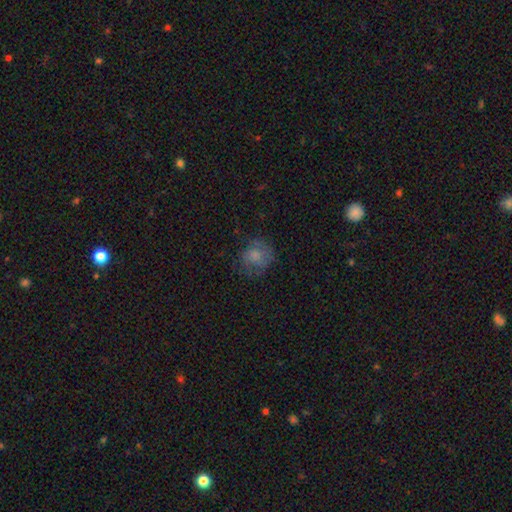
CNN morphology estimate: Smooth or featured: smooth — 59% (featured or disk — 31%)
How rounded: round — 76% (in between — 23%)
Merging: none — 64% (minor disturbance — 21%)